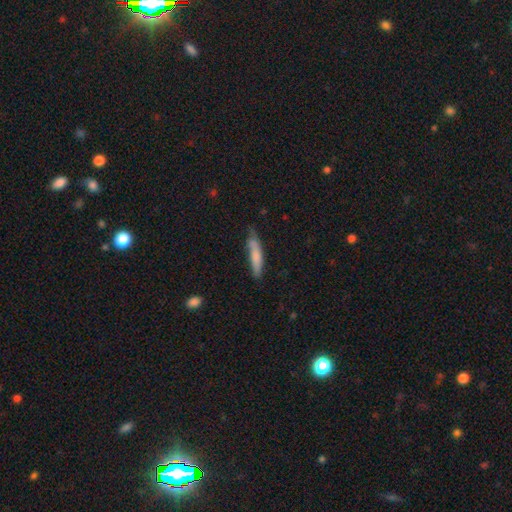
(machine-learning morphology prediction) smooth 74%, featured or disk 20%, star or artifact 6%. Down the decision tree: how rounded — cigar-shaped (84%); merging — none (60%).